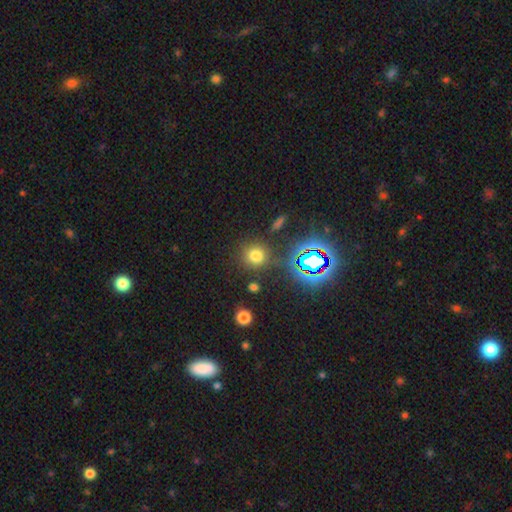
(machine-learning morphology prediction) This appears to be a smooth galaxy with no disk features (66%) that is round (87%). Merging: none (81%).